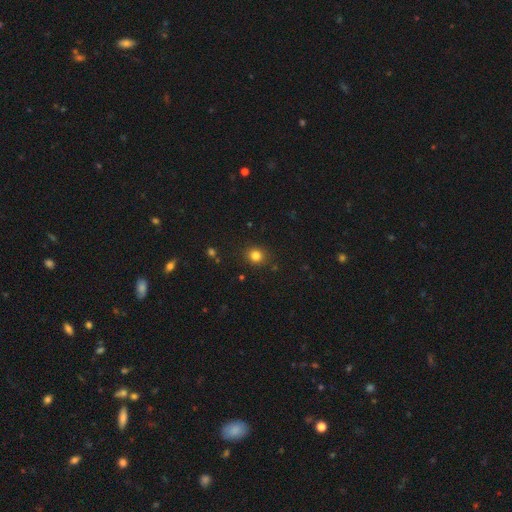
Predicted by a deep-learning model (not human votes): Morphology: type=smooth (81%); roundness=round (83%); merging=none (88%).